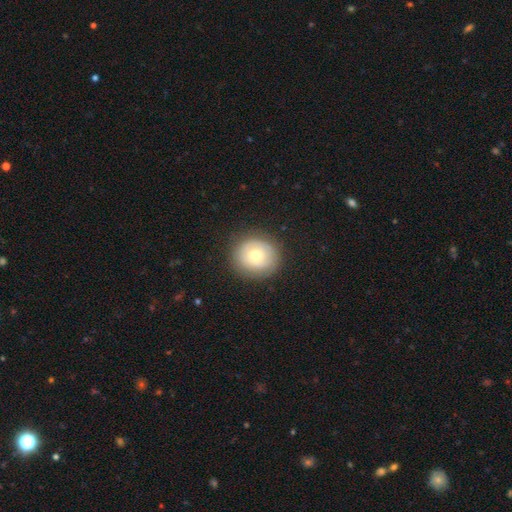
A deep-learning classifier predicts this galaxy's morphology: smooth 63%, featured or disk 28%, star or artifact 9%. Down the decision tree: how rounded — round (88%); merging — none (84%).